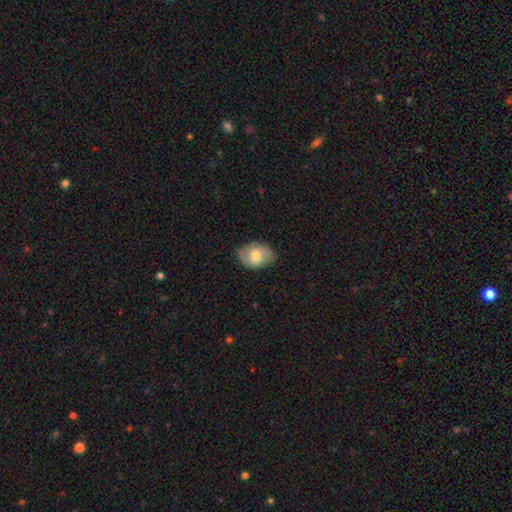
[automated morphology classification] Smooth or featured? Predicted: smooth (p=0.69). How rounded? Predicted: in between (p=0.77). Merging? Predicted: none (p=0.77).